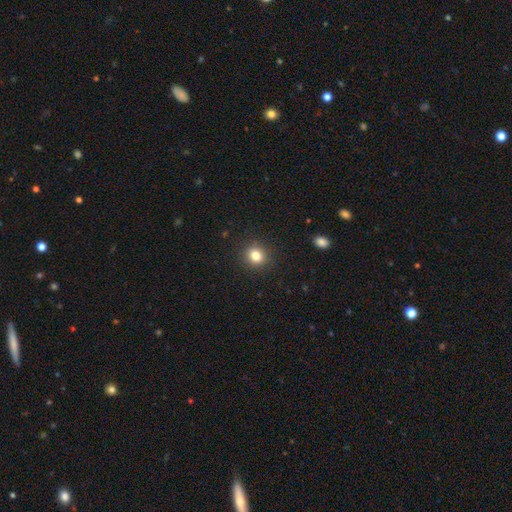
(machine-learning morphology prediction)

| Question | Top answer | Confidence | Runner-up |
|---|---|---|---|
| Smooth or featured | smooth | 82% | star or artifact (12%) |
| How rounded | round | 80% | in between (19%) |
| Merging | none | 90% | minor disturbance (7%) |